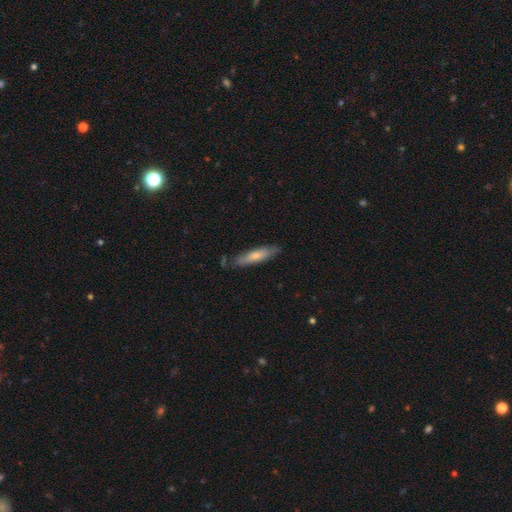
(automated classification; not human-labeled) Q: Smooth or featured?
A: smooth (68%); runner-up: featured or disk (26%)
Q: How rounded?
A: cigar-shaped (76%); runner-up: in between (23%)
Q: Merging?
A: none (77%); runner-up: minor disturbance (17%)